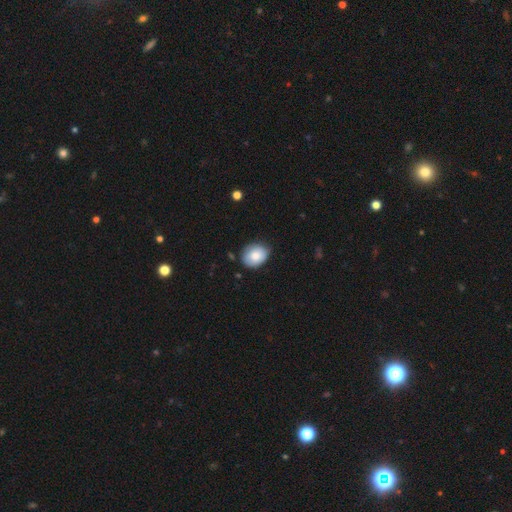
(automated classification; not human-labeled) Smooth or featured: smooth — 80% (featured or disk — 13%)
How rounded: in between — 58% (round — 41%)
Merging: none — 76% (minor disturbance — 19%)